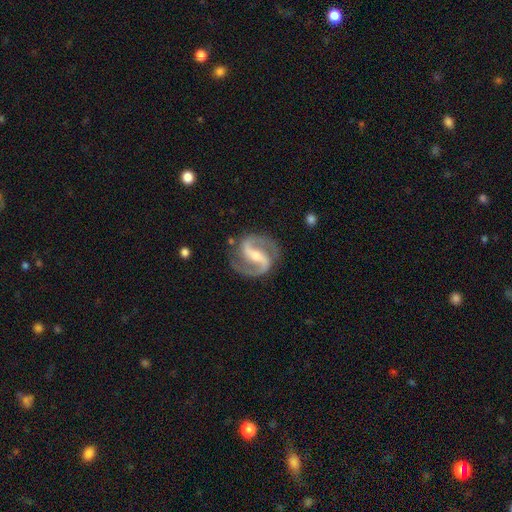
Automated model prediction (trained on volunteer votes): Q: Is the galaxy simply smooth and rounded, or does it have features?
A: featured or disk — 92%.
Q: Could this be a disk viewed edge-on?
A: no — 98%.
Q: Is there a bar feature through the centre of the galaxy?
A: strong — 57%.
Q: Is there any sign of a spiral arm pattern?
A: yes — 98%.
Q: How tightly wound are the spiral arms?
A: medium — 62%.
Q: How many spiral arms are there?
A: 2 — 94%.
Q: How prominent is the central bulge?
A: small — 48%.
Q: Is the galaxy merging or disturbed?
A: none — 84%.